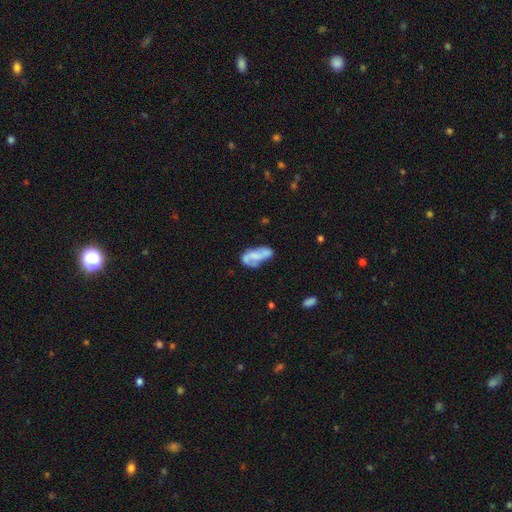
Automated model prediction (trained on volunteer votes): Smooth or featured: featured or disk — 51% (smooth — 41%)
Edge-on disk: no — 93% (yes — 7%)
Merging: none — 44% (minor disturbance — 27%)